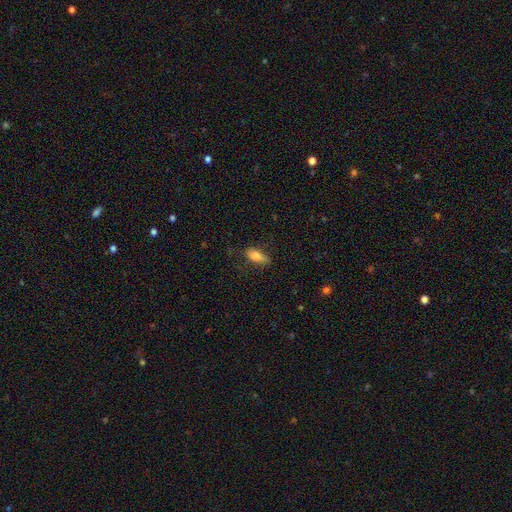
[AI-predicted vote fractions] smooth 80%, featured or disk 12%, star or artifact 8%. Down the decision tree: how rounded — in between (78%); merging — none (64%).